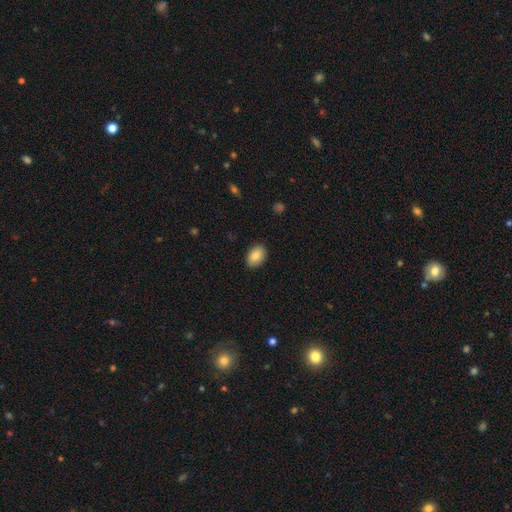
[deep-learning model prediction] Q: Smooth or featured?
A: smooth (85%); runner-up: featured or disk (8%)
Q: How rounded?
A: in between (85%); runner-up: round (14%)
Q: Merging?
A: none (88%); runner-up: minor disturbance (9%)